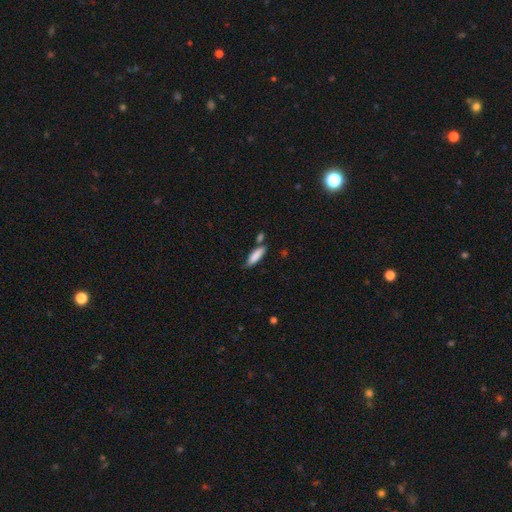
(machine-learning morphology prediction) type=smooth (84%); roundness=cigar-shaped (50%); merging=none (65%).